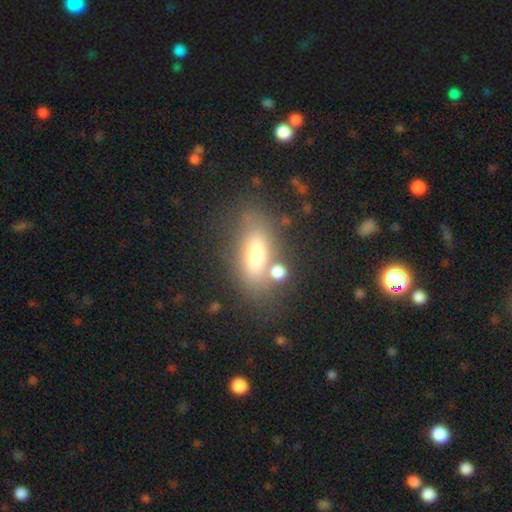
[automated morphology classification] Smooth or featured? Predicted: smooth (p=0.70). How rounded? Predicted: in between (p=0.77). Merging? Predicted: none (p=0.69).